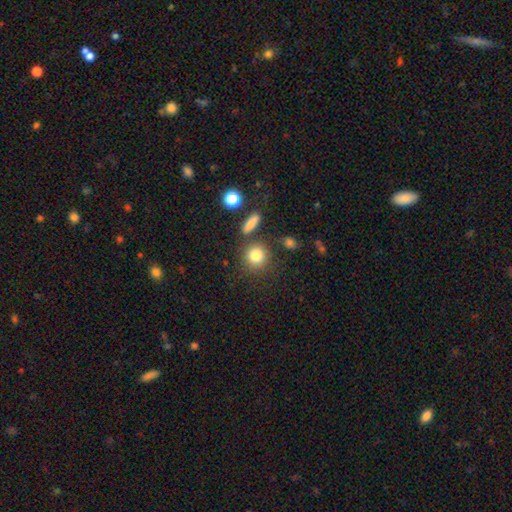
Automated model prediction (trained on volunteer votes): Smooth or featured?
  - smooth: 82% *
  - star or artifact: 10%
  - featured or disk: 7%
How rounded?
  - round: 86% *
  - in between: 13%
  - cigar-shaped: 1%
Merging?
  - none: 76% *
  - minor disturbance: 11%
  - merger: 9%
  - major disturbance: 4%